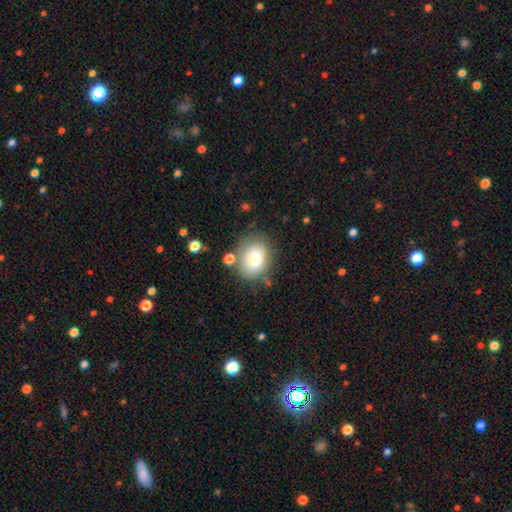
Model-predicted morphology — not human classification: A smooth galaxy with no disk features (75%) that is in between round and cigar-shaped (66%).

Vote fractions:
- Smooth or featured? smooth: 75% / featured or disk: 16% / star or artifact: 9%
- How rounded? in between: 66% / round: 33% / cigar-shaped: 1%
- Merging? none: 60% / minor disturbance: 21% / merger: 10% / major disturbance: 9%